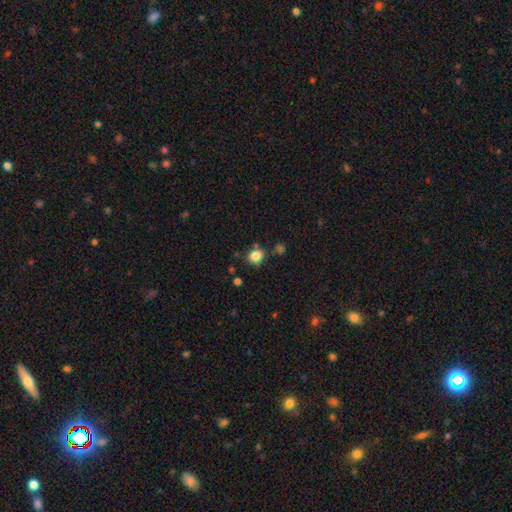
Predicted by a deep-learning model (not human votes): Overall: smooth (83%). How rounded: round (74%). Merging: none (76%).